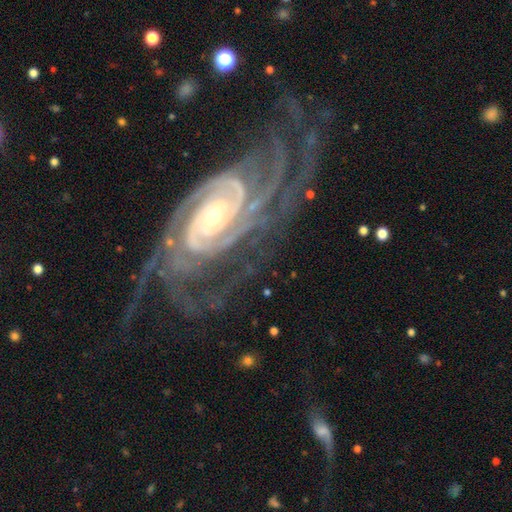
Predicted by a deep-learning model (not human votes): Overall: featured or disk (92%). Edge-on disk: no (96%). Bar: no (56%; weak 25%). Spiral arms: yes (99%). Spiral arm count: 4 (25%; 3 18%). Spiral winding: tight (74%). Bulge size: small (65%; moderate 30%). Merging: none (68%).